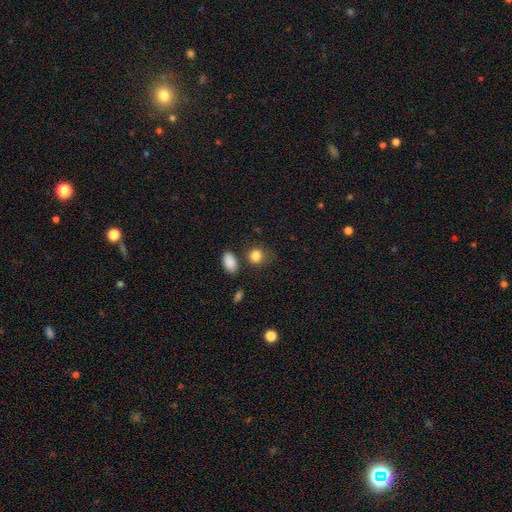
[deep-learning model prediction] Smooth or featured? Predicted: smooth (p=0.85). How rounded? Predicted: round (p=0.70). Merging? Predicted: none (p=0.66).